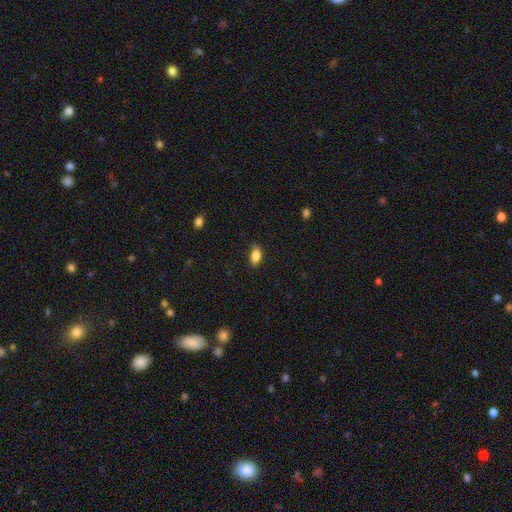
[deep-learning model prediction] Morphology: type=smooth (86%); roundness=in between (89%); merging=none (75%).